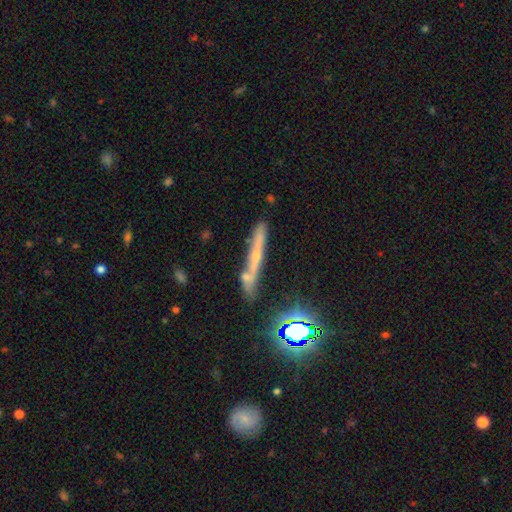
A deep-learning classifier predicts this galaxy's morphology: smooth-or-featured: featured or disk: 51% | smooth: 28% | star or artifact: 22%
  disk-edge-on: yes: 88% | no: 12%
  merging: none: 70% | minor disturbance: 15% | merger: 10% | major disturbance: 5%